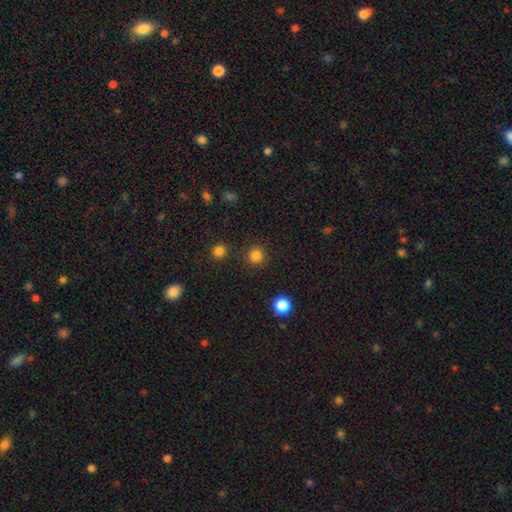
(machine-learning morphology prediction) smooth_or_featured: smooth (p=0.83) [alt: star or artifact p=0.14]
how_rounded: round (p=0.94) [alt: in between p=0.05]
merging: none (p=0.89) [alt: minor disturbance p=0.06]